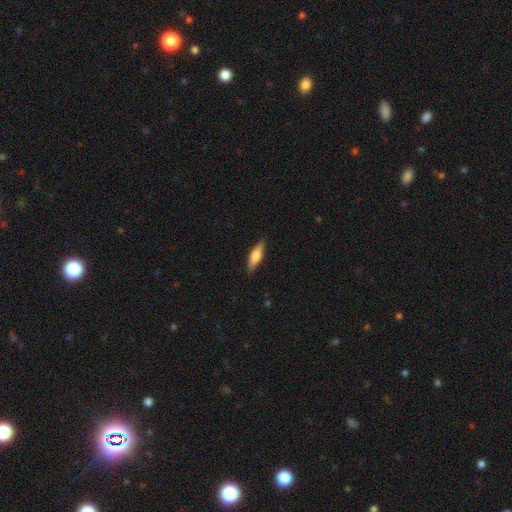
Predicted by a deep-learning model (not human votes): Smooth or featured?
  - smooth: 51% *
  - featured or disk: 43%
  - star or artifact: 6%
How rounded?
  - cigar-shaped: 58% *
  - in between: 39%
  - round: 3%
Merging?
  - none: 88% *
  - minor disturbance: 9%
  - major disturbance: 2%
  - merger: 1%